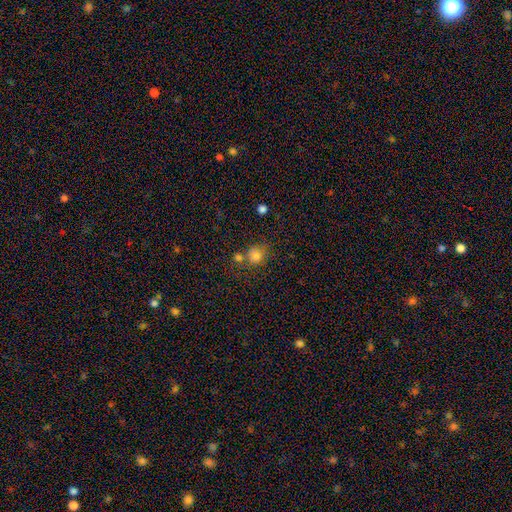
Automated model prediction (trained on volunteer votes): Overall: smooth (78%). How rounded: round (80%). Merging: none (55%; merger 26%).